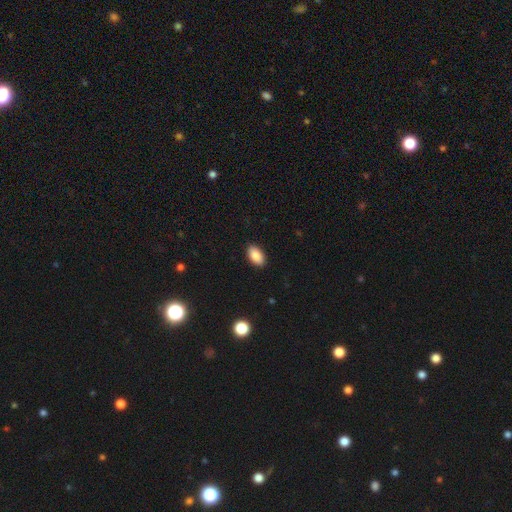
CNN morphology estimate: Overall: smooth (88%). How rounded: in between (94%). Merging: none (89%).